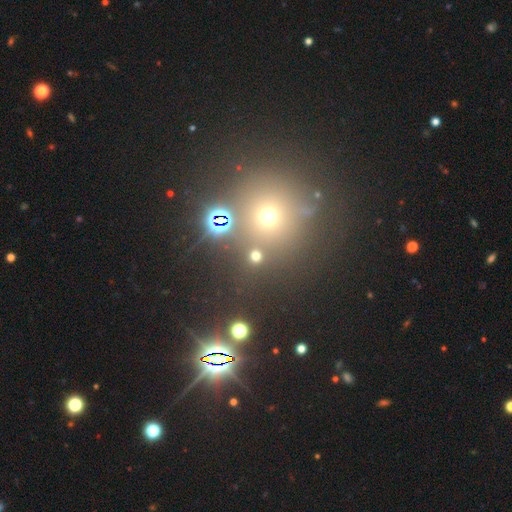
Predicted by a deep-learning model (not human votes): smooth_or_featured: smooth (p=0.59) [alt: star or artifact p=0.34]
how_rounded: round (p=0.88) [alt: in between p=0.10]
merging: none (p=0.80) [alt: merger p=0.09]